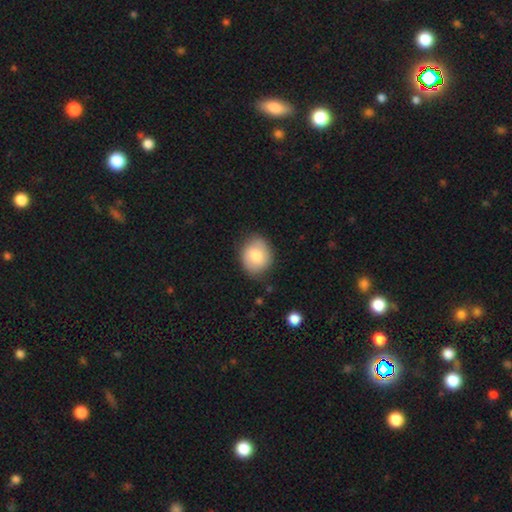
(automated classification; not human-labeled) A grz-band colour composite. It shows a smooth galaxy with no disk features (74%) that is round (64%). Merging: none (82%).